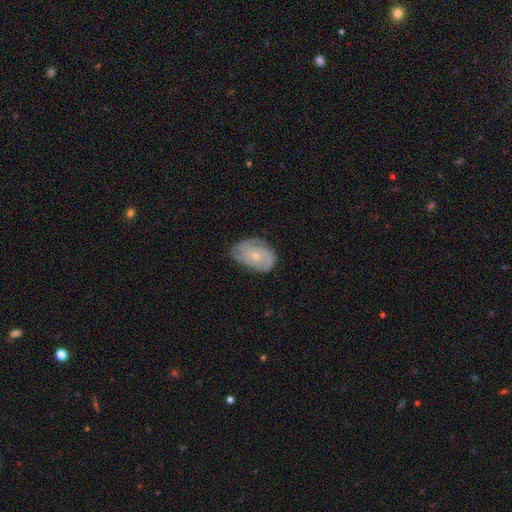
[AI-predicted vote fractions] Smooth or featured?
  - featured or disk: 82% *
  - smooth: 12%
  - star or artifact: 6%
Edge-on disk?
  - no: 97% *
  - yes: 3%
Bar?
  - no: 75% *
  - weak: 21%
  - strong: 4%
Spiral arms?
  - yes: 96% *
  - no: 4%
Spiral winding?
  - tight: 65% *
  - medium: 29%
  - loose: 6%
Spiral arm count?
  - 3: 34% *
  - 2: 33%
  - can't tell: 18%
  - 4: 7%
  - 1: 5%
  - more than 4: 4%
Bulge size?
  - small: 63% *
  - moderate: 34%
  - none: 1%
  - large: 1%
  - dominant: 1%
Merging?
  - none: 69% *
  - minor disturbance: 24%
  - major disturbance: 6%
  - merger: 1%